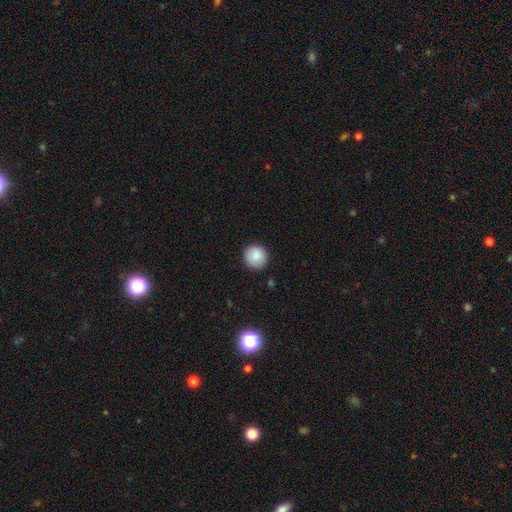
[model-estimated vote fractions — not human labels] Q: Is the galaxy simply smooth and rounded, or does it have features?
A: smooth — 86%.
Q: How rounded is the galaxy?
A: round — 94%.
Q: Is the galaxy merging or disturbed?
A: none — 89%.